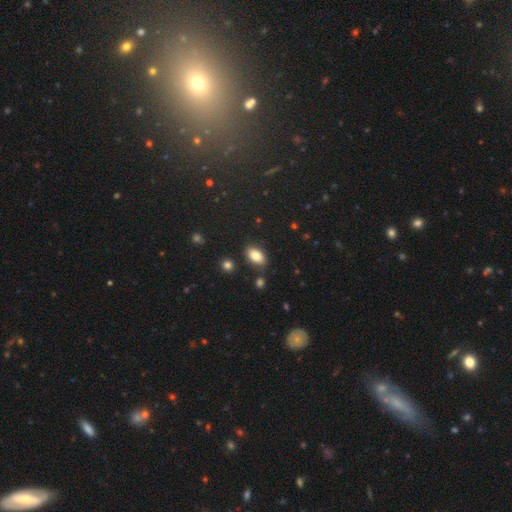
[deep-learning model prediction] Smooth or featured?
  - smooth: 83% *
  - star or artifact: 9%
  - featured or disk: 8%
How rounded?
  - in between: 91% *
  - round: 7%
  - cigar-shaped: 2%
Merging?
  - none: 81% *
  - minor disturbance: 12%
  - merger: 4%
  - major disturbance: 3%